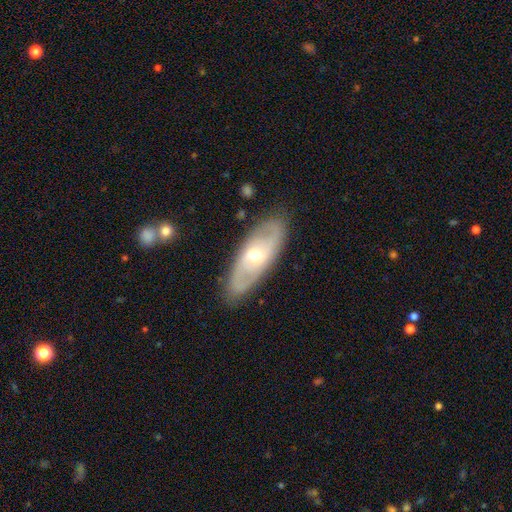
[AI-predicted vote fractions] Smooth or featured?
  - featured or disk: 66% *
  - smooth: 28%
  - star or artifact: 6%
Edge-on disk?
  - no: 84% *
  - yes: 16%
Bar?
  - no: 64% *
  - weak: 28%
  - strong: 8%
Spiral arms?
  - yes: 62% *
  - no: 38%
Bulge size?
  - moderate: 56% *
  - small: 39%
  - large: 3%
  - dominant: 1%
  - none: 1%
Merging?
  - none: 84% *
  - minor disturbance: 11%
  - major disturbance: 3%
  - merger: 1%